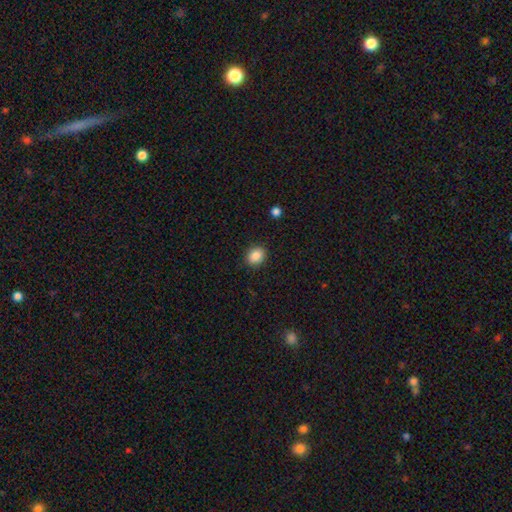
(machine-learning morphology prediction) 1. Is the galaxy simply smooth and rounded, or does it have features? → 87% smooth, 9% star or artifact, 4% featured or disk.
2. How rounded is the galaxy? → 56% round, 43% in between, 1% cigar-shaped.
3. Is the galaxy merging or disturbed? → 88% none, 8% minor disturbance, 2% major disturbance, 1% merger.